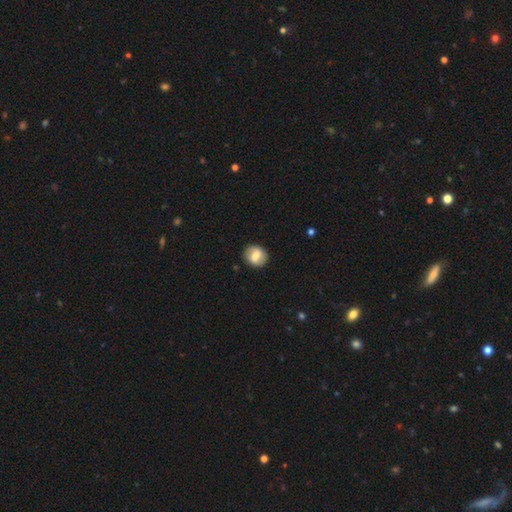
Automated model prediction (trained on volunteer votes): Overall: smooth (62%; featured or disk 31%). How rounded: round (73%). Merging: none (87%).